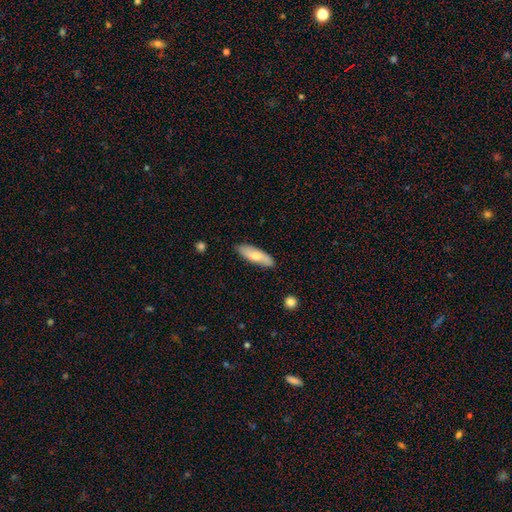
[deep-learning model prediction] A smooth galaxy with no disk features (72%) that is in between round and cigar-shaped (50%).

Vote fractions:
- Smooth or featured? smooth: 72% / featured or disk: 23% / star or artifact: 5%
- How rounded? in between: 50% / cigar-shaped: 48% / round: 2%
- Merging? none: 83% / minor disturbance: 13% / major disturbance: 2% / merger: 2%